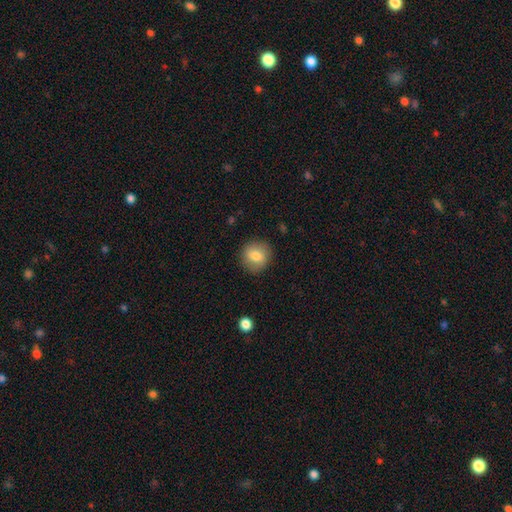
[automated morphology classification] Smooth or featured?
  - smooth: 79% *
  - featured or disk: 12%
  - star or artifact: 8%
How rounded?
  - round: 87% *
  - in between: 12%
  - cigar-shaped: 1%
Merging?
  - none: 87% *
  - minor disturbance: 9%
  - major disturbance: 3%
  - merger: 1%